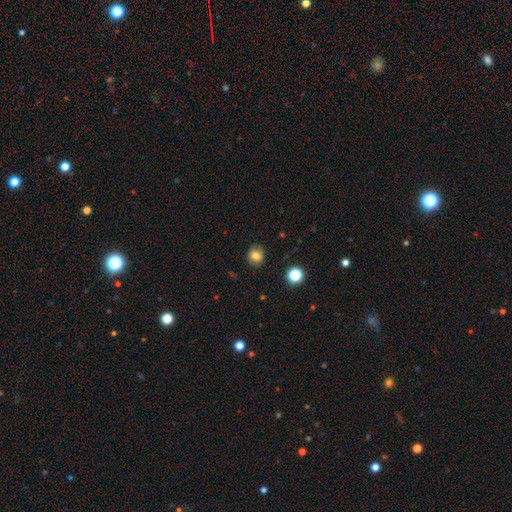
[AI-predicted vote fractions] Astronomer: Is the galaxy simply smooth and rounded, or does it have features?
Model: smooth — 80%.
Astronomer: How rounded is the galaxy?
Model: round — 78%.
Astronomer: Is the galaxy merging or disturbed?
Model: none — 87%.